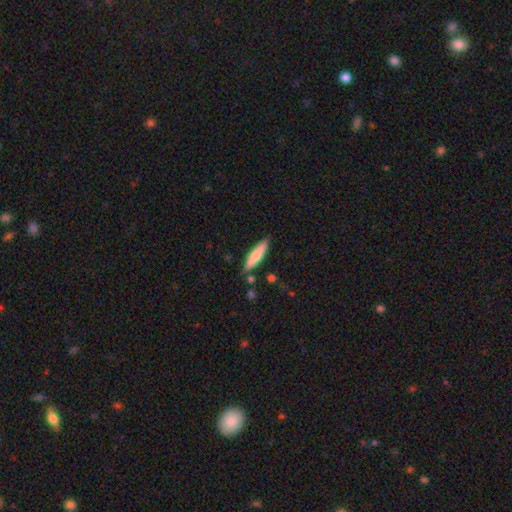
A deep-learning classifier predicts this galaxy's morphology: Smooth or featured: smooth — 76% (featured or disk — 19%)
How rounded: cigar-shaped — 79% (in between — 19%)
Merging: none — 85% (minor disturbance — 10%)